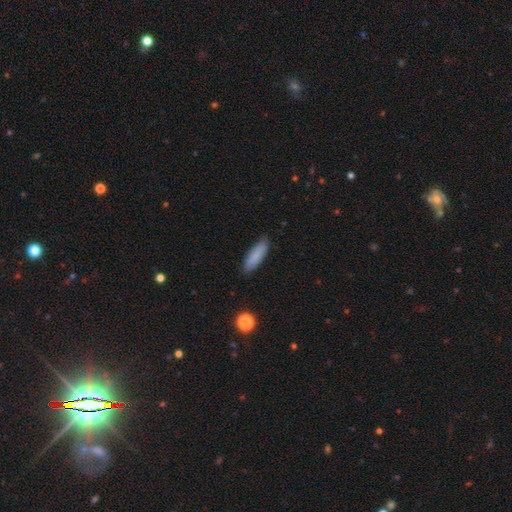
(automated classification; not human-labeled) This is clearly a smooth galaxy (85%). How rounded: possibly cigar-shaped (56%). Merging: clearly none (85%).